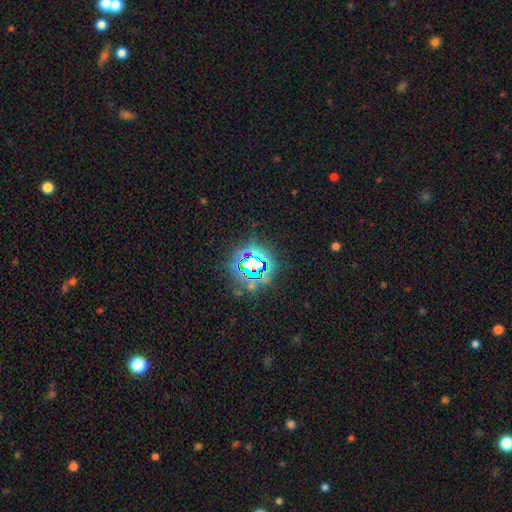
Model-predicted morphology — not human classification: Overall: star or artifact (76%).